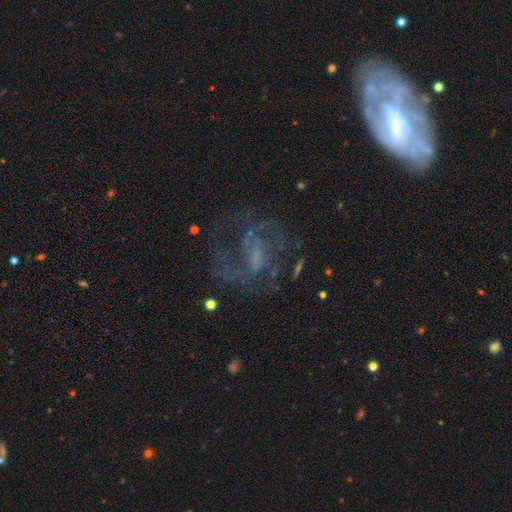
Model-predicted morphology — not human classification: Q: Smooth or featured?
A: featured or disk (70%); runner-up: star or artifact (17%)
Q: Edge-on disk?
A: no (97%); runner-up: yes (3%)
Q: Bar?
A: no (44%); runner-up: weak (41%)
Q: Spiral arms?
A: yes (78%); runner-up: no (22%)
Q: Spiral winding?
A: medium (48%); runner-up: tight (26%)
Q: Spiral arm count?
A: 2 (48%); runner-up: can't tell (30%)
Q: Bulge size?
A: none (44%); runner-up: small (30%)
Q: Merging?
A: none (59%); runner-up: major disturbance (22%)